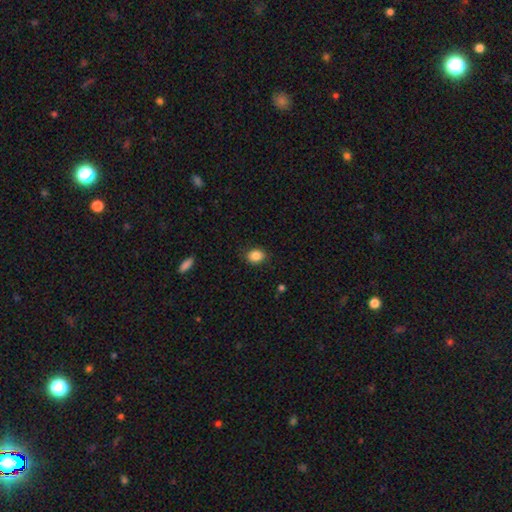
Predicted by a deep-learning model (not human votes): Q: Smooth or featured?
A: smooth (87%); runner-up: star or artifact (9%)
Q: How rounded?
A: round (51%); runner-up: in between (48%)
Q: Merging?
A: none (85%); runner-up: minor disturbance (11%)